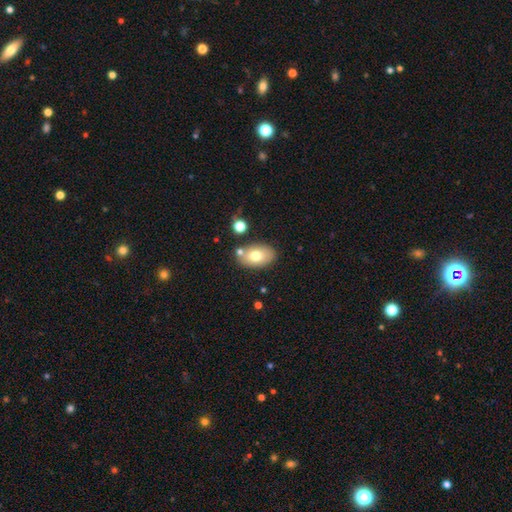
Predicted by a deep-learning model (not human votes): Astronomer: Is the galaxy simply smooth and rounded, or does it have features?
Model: smooth — 73%.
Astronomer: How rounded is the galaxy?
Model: in between — 88%.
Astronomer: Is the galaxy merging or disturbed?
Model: none — 75%.